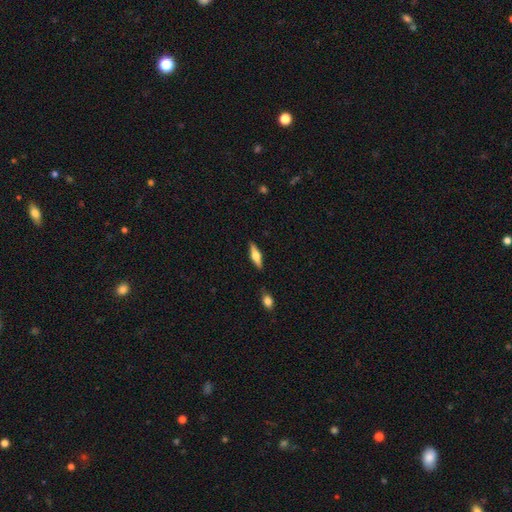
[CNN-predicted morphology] smooth_or_featured: featured or disk (p=0.55) [alt: smooth p=0.39]
disk_edge_on: yes (p=0.95) [alt: no p=0.05]
edge_on_bulge: rounded (p=0.90) [alt: boxy p=0.07]
merging: none (p=0.87) [alt: minor disturbance p=0.09]